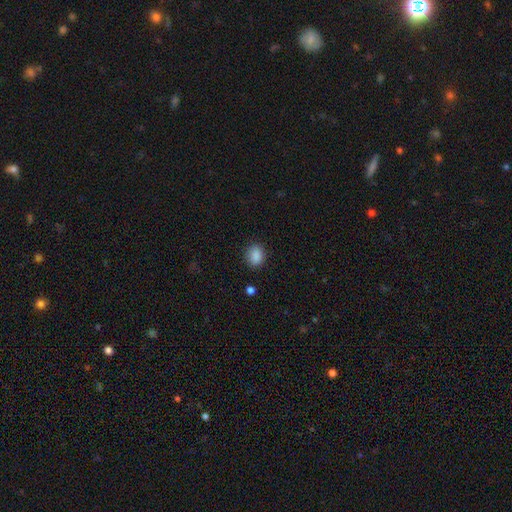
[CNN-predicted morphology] Overall: smooth (88%). How rounded: in between (50%; round 49%). Merging: none (86%).